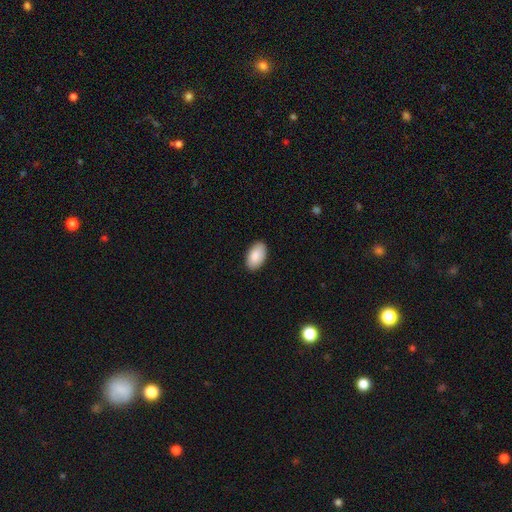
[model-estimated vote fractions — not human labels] Morphology: type=smooth (89%); roundness=in between (95%); merging=none (89%).